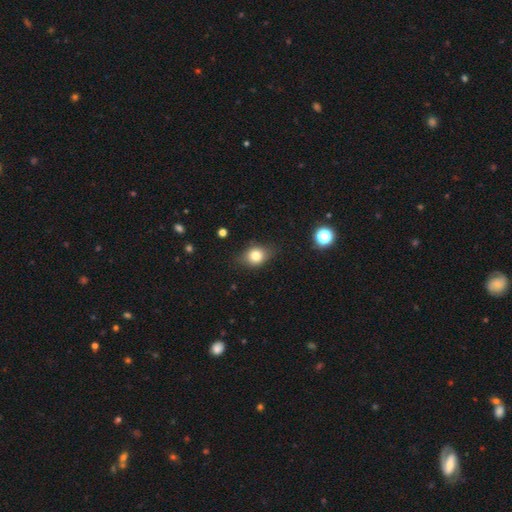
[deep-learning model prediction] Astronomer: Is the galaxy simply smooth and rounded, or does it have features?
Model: smooth — 77%.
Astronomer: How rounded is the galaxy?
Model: round — 51% (runner-up: in between, 47%).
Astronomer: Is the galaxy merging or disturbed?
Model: none — 74%.